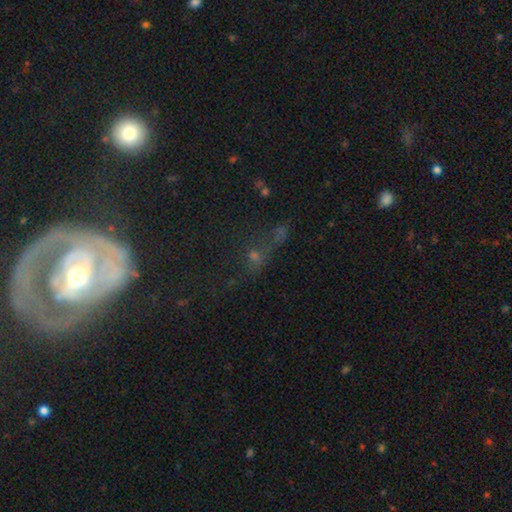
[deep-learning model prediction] star or artifact 51%, smooth 32%, featured or disk 16%.